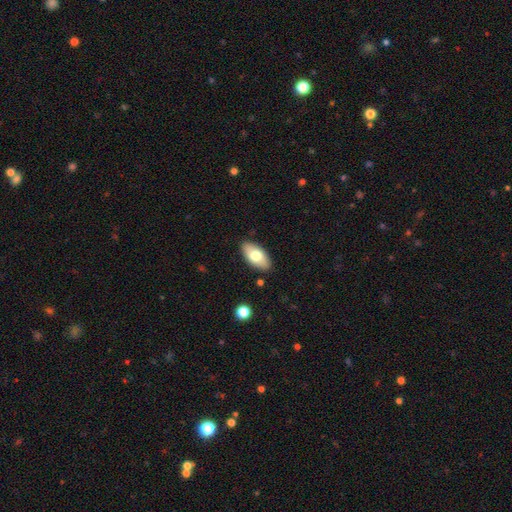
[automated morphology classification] A smooth galaxy with no disk features (70%) that is in between round and cigar-shaped (93%).

Vote fractions:
- Smooth or featured? smooth: 70% / featured or disk: 23% / star or artifact: 6%
- How rounded? in between: 93% / cigar-shaped: 4% / round: 3%
- Merging? none: 87% / minor disturbance: 9% / major disturbance: 2% / merger: 1%